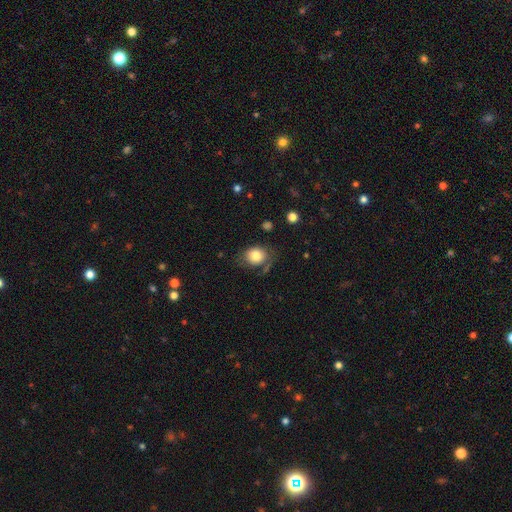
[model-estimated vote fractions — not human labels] A smooth galaxy with no disk features (80%) that is round (57%).

Vote fractions:
- Smooth or featured? smooth: 80% / featured or disk: 11% / star or artifact: 9%
- How rounded? round: 57% / in between: 42% / cigar-shaped: 1%
- Merging? none: 65% / minor disturbance: 21% / major disturbance: 10% / merger: 4%